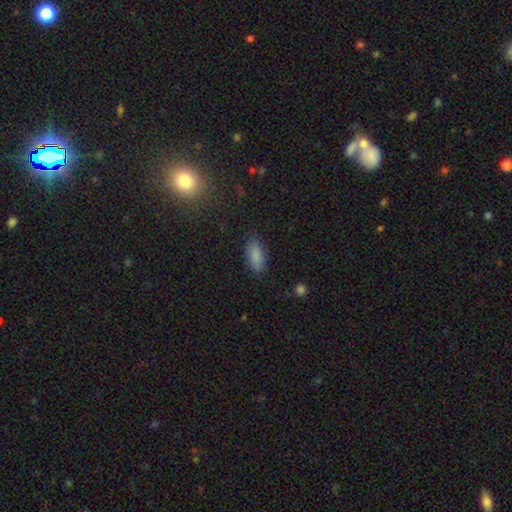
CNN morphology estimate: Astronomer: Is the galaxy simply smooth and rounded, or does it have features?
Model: smooth — 86%.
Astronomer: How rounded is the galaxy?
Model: in between — 84%.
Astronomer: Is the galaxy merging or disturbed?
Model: none — 83%.